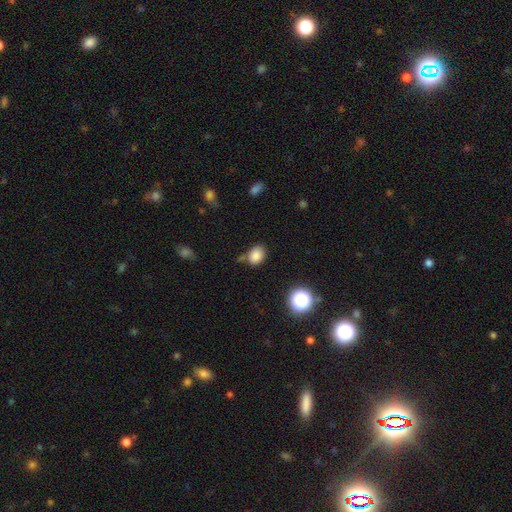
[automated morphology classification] Overall: smooth (83%). How rounded: in between (64%; round 35%). Merging: none (66%).